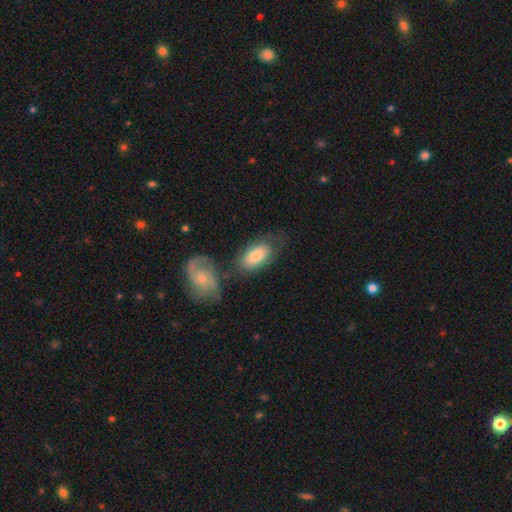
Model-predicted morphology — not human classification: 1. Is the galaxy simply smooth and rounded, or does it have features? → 72% smooth, 22% featured or disk, 6% star or artifact.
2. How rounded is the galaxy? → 91% in between, 4% round, 4% cigar-shaped.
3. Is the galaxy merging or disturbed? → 52% none, 21% merger, 18% minor disturbance, 8% major disturbance.